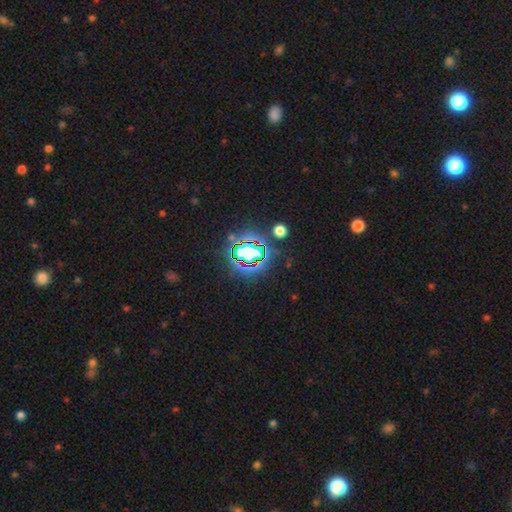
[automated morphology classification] Smooth or featured: star or artifact — 68% (smooth — 19%)